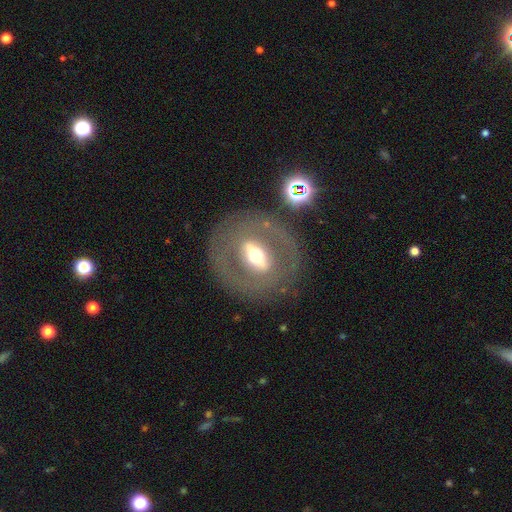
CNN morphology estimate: smooth_or_featured: featured or disk (p=0.69) [alt: smooth p=0.24]
disk_edge_on: no (p=0.84) [alt: yes p=0.16]
bar: strong (p=0.60) [alt: weak p=0.23]
has_spiral_arms: no (p=0.80) [alt: yes p=0.20]
bulge_size: moderate (p=0.65) [alt: large p=0.18]
merging: none (p=0.77) [alt: minor disturbance p=0.10]